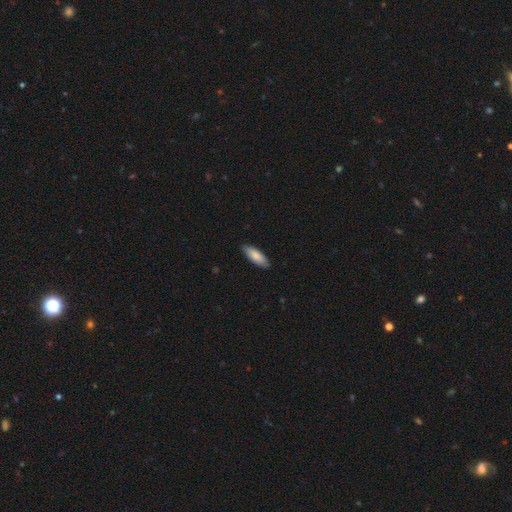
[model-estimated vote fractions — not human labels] Smooth or featured? Predicted: smooth (p=0.85). How rounded? Predicted: in between (p=0.63). Merging? Predicted: none (p=0.88).